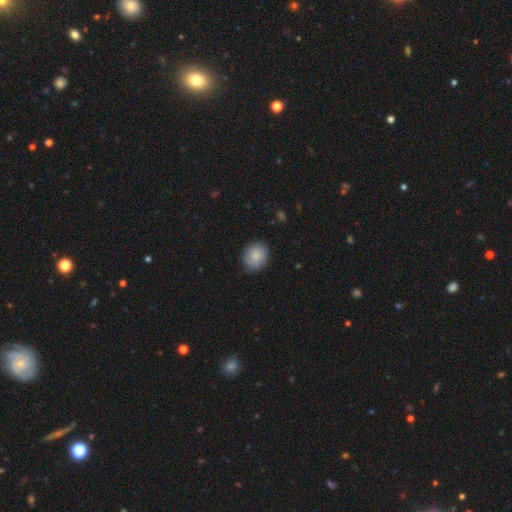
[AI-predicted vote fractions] A smooth galaxy with no disk features (86%) that is round (67%).

Vote fractions:
- Smooth or featured? smooth: 86% / featured or disk: 7% / star or artifact: 7%
- How rounded? round: 67% / in between: 33% / cigar-shaped: 1%
- Merging? none: 81% / minor disturbance: 15% / major disturbance: 3% / merger: 1%